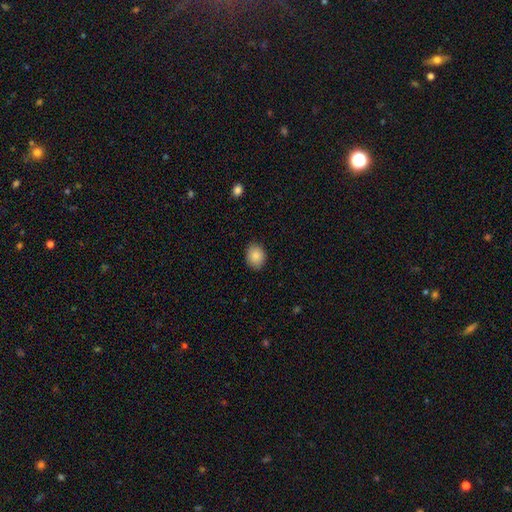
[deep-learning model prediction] Smooth or featured: smooth — 85% (star or artifact — 8%)
How rounded: in between — 56% (round — 43%)
Merging: none — 88% (minor disturbance — 9%)